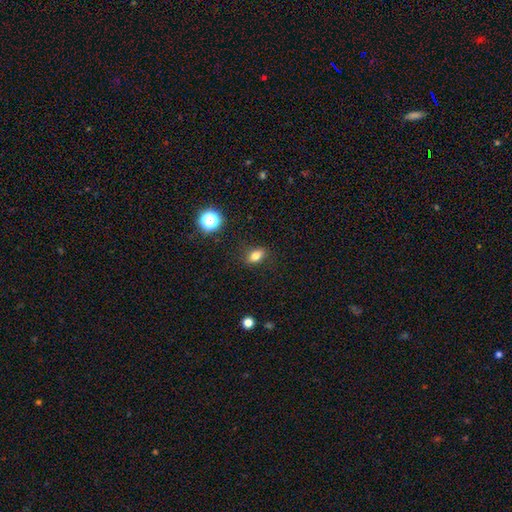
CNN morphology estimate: Smooth or featured? smooth (78%)
How rounded? in between (76%)
Merging? none (87%)